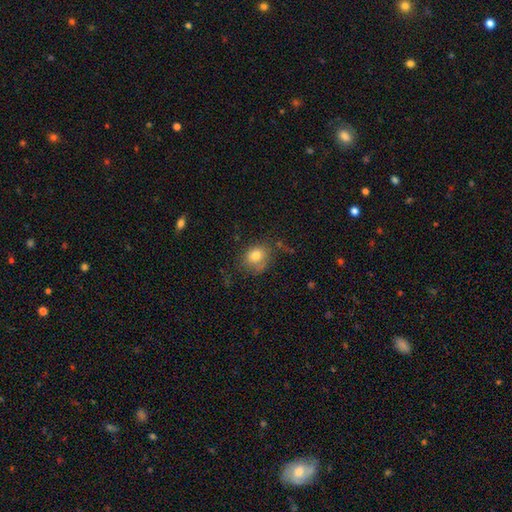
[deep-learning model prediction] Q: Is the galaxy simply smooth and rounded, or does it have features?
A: smooth — 79%.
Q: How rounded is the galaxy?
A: round — 58%.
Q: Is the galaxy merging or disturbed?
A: none — 59%.